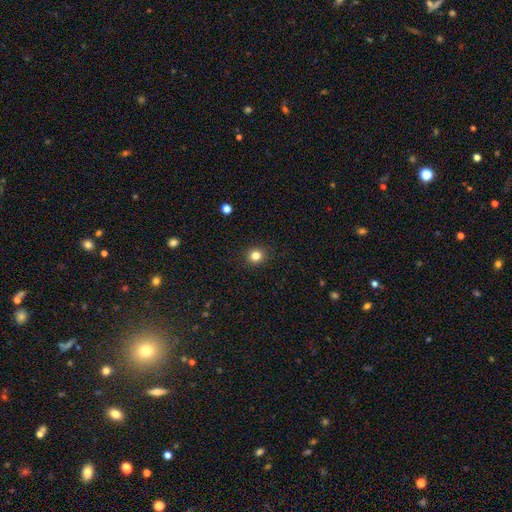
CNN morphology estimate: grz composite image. It shows a smooth galaxy with no disk features (82%) that is round (86%). Merging: none (91%).